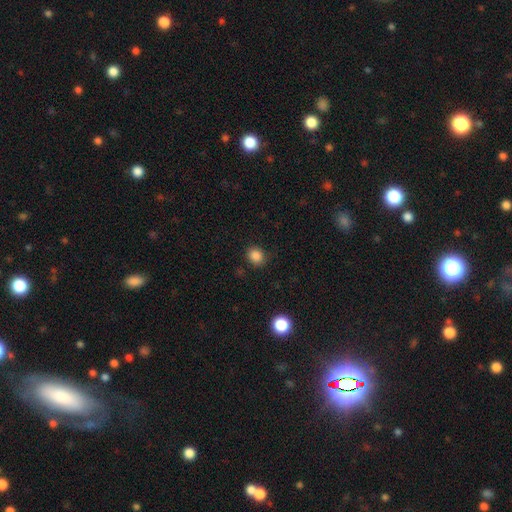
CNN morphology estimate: smooth-or-featured: smooth: 85% | star or artifact: 11% | featured or disk: 3%
  how-rounded: round: 71% | in between: 28% | cigar-shaped: 1%
  merging: none: 85% | minor disturbance: 11% | major disturbance: 3% | merger: 1%